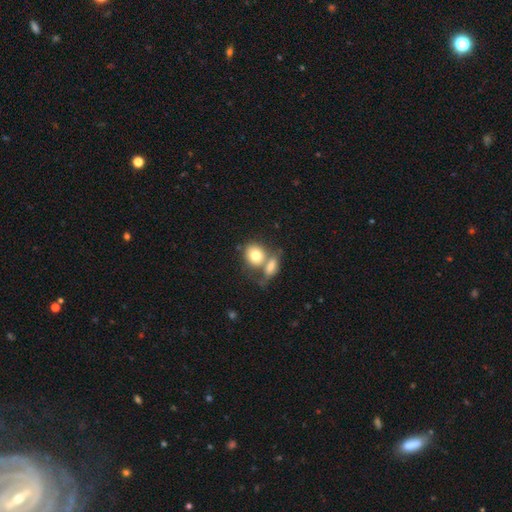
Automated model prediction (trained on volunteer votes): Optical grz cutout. It shows a smooth galaxy with no disk features (76%) that is round (61%). Merging: merger (50%).